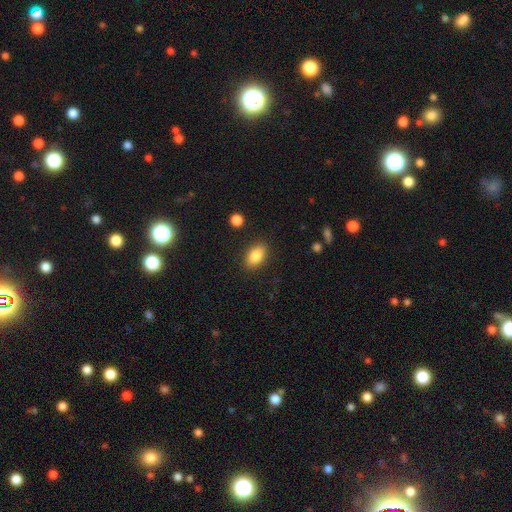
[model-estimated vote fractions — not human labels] Morphology: type=smooth (85%); roundness=in between (88%); merging=none (87%).